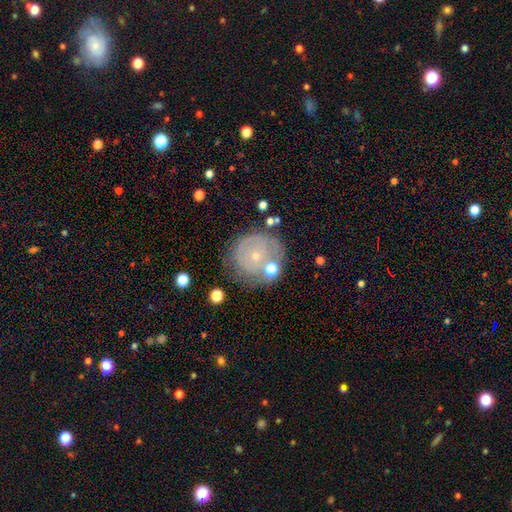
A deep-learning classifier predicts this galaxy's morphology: The model was most divided on "spiral arms": yes: 59%, no: 41%. More confident: edge-on disk — no (97%); bar — no (86%); bulge size — small (80%); merging — none (63%); smooth or featured — featured or disk (58%).